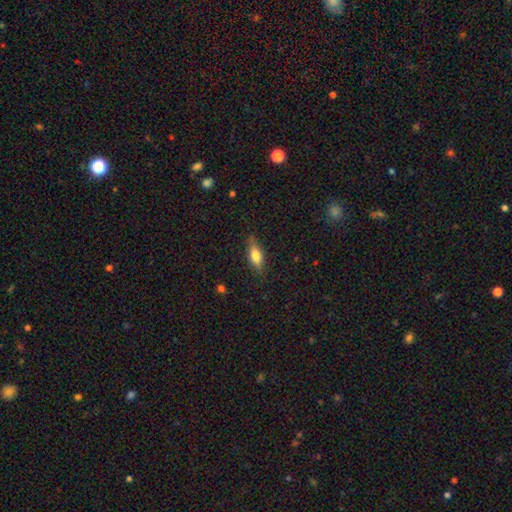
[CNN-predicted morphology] Smooth or featured: smooth — 62% (featured or disk — 31%)
How rounded: in between — 60% (cigar-shaped — 37%)
Merging: none — 82% (minor disturbance — 14%)